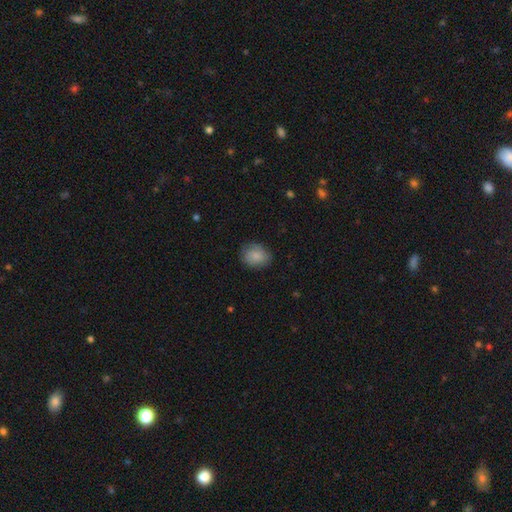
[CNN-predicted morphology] smooth 84%, featured or disk 9%, star or artifact 7%. Down the decision tree: how rounded — round (52%); merging — none (79%).